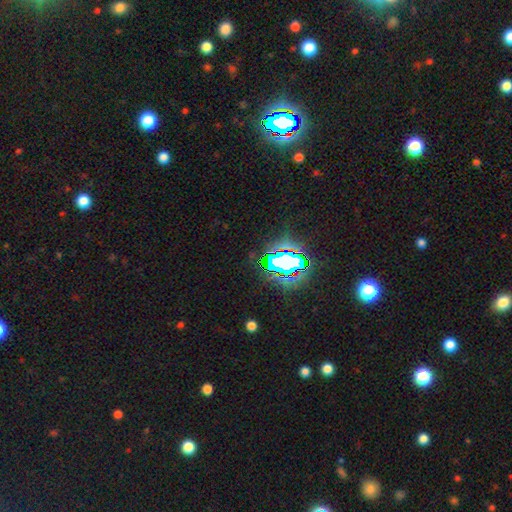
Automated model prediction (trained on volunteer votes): This is likely a star or artifact rather than a galaxy (79%).